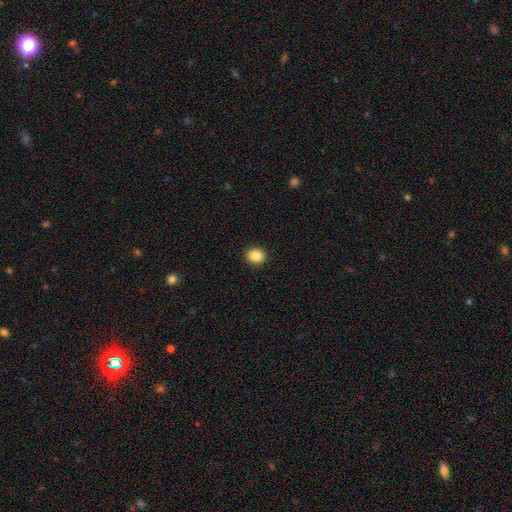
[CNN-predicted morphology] A smooth galaxy with no disk features (86%) that is round (78%). Merging: none (93%).